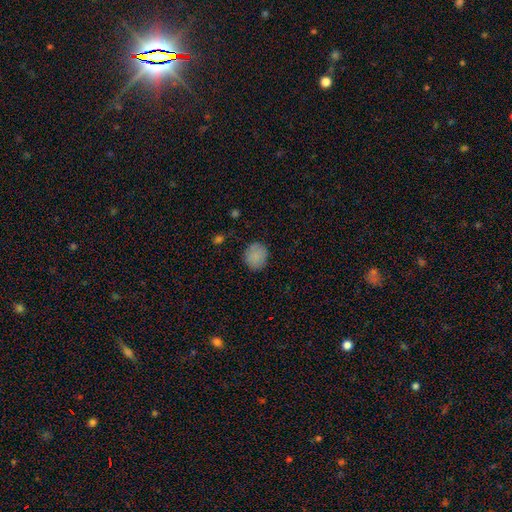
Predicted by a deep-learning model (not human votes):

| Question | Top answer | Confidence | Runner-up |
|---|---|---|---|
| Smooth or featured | smooth | 86% | star or artifact (9%) |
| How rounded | round | 81% | in between (18%) |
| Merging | none | 85% | minor disturbance (11%) |